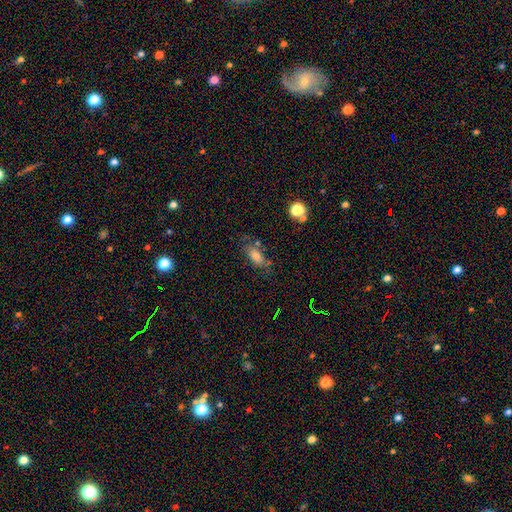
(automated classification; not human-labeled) smooth_or_featured: smooth (p=0.71) [alt: featured or disk p=0.16]
how_rounded: in between (p=0.78) [alt: cigar-shaped p=0.16]
merging: none (p=0.66) [alt: minor disturbance p=0.20]